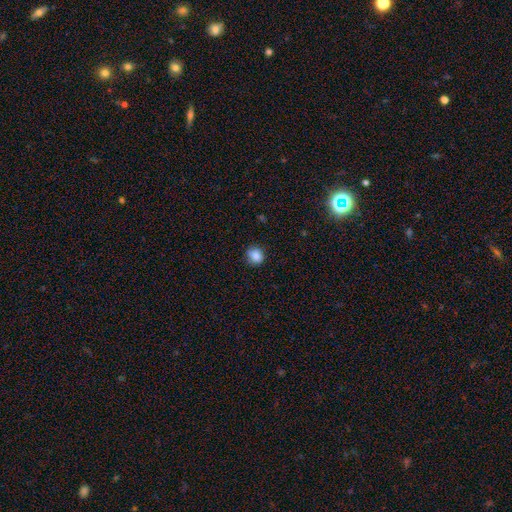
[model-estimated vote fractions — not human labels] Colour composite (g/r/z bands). It shows a smooth galaxy with no disk features (85%) that is round (81%). Merging: none (81%).